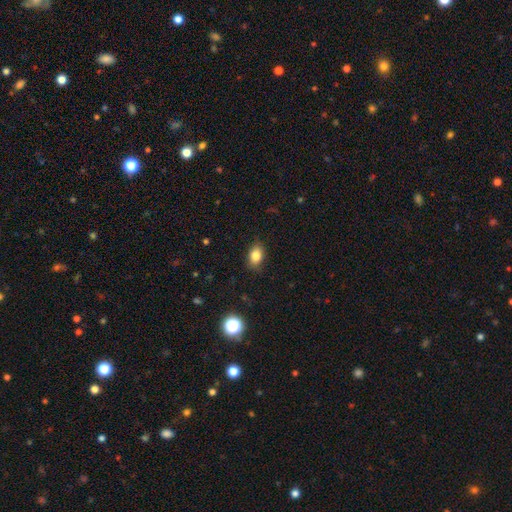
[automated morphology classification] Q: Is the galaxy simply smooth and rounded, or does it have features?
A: smooth — 83%.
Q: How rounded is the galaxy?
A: in between — 80%.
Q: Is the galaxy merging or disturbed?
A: none — 84%.